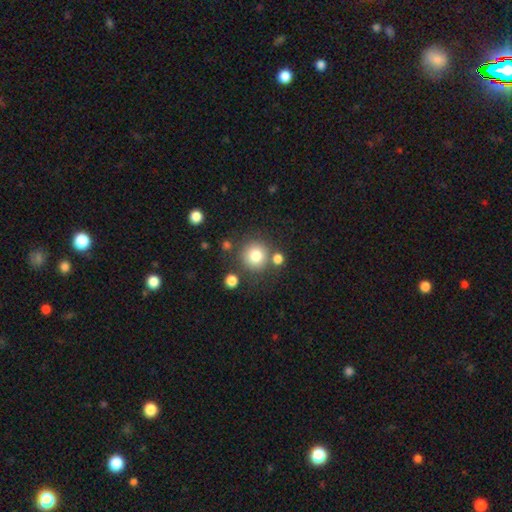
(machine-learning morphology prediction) A smooth galaxy with no disk features (80%) that is round (93%). Merging: none (77%).